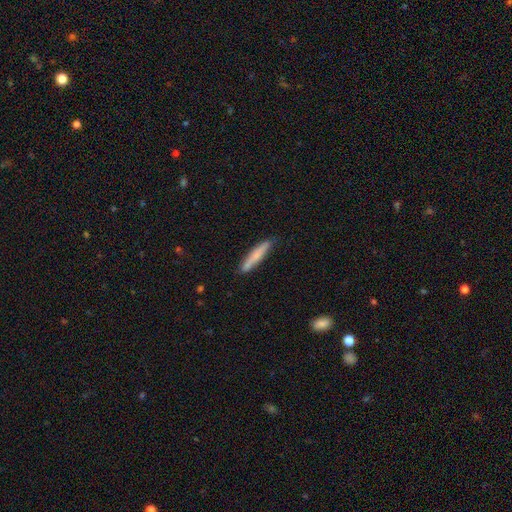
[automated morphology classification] A smooth galaxy with no disk features (69%) that is cigar-shaped (93%).

Vote fractions:
- Smooth or featured? smooth: 69% / featured or disk: 25% / star or artifact: 6%
- How rounded? cigar-shaped: 93% / in between: 6% / round: 1%
- Merging? none: 85% / minor disturbance: 12% / major disturbance: 2% / merger: 2%